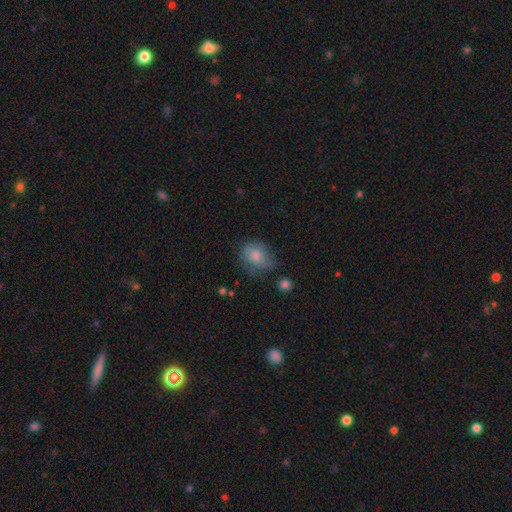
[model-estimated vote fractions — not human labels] Overall: smooth (78%). How rounded: in between (54%; round 45%). Merging: none (50%; minor disturbance 33%).